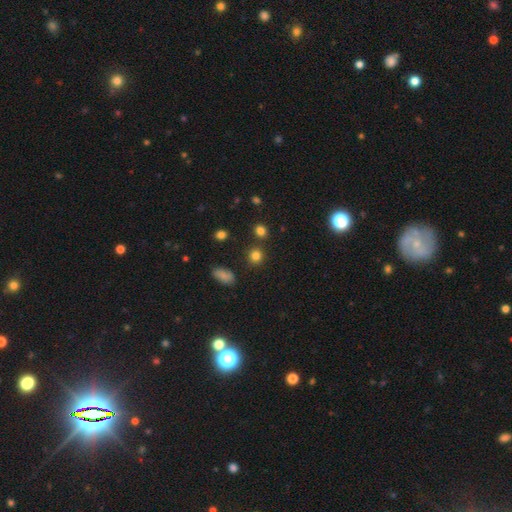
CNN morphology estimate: A smooth galaxy with no disk features (80%) that is round (87%). Merging: none (82%).